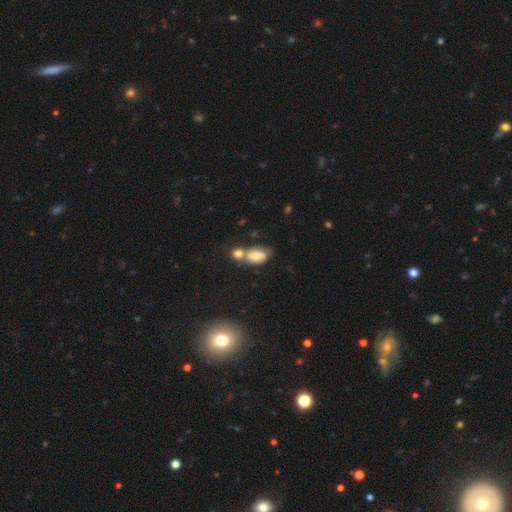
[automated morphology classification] Smooth or featured: smooth — 58% (featured or disk — 30%)
How rounded: in between — 84% (round — 13%)
Merging: merger — 49% (none — 32%)